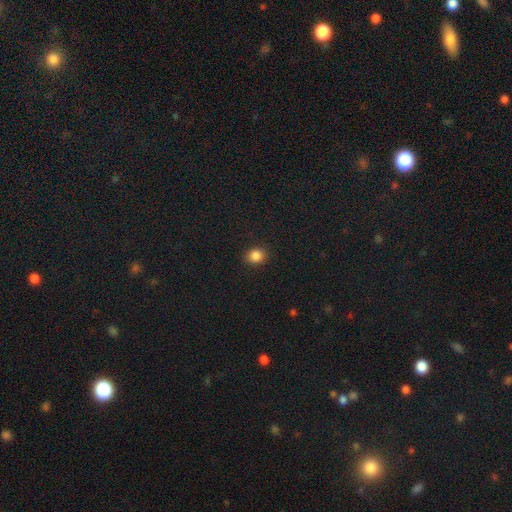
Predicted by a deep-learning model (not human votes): Overall: smooth (86%). How rounded: round (67%; in between 32%). Merging: none (89%).